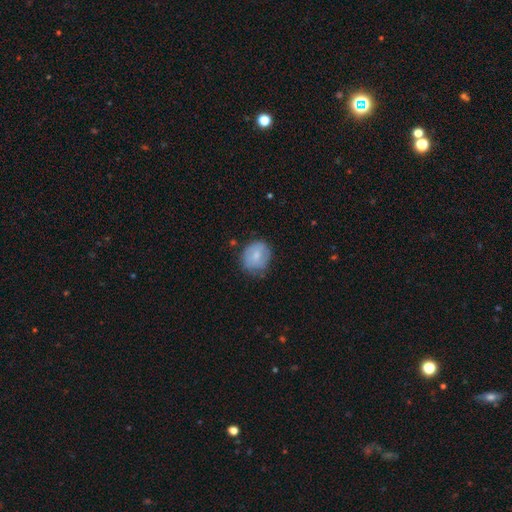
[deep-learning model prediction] Smooth or featured: smooth — 69% (featured or disk — 24%)
How rounded: round — 67% (in between — 32%)
Merging: none — 67% (minor disturbance — 25%)